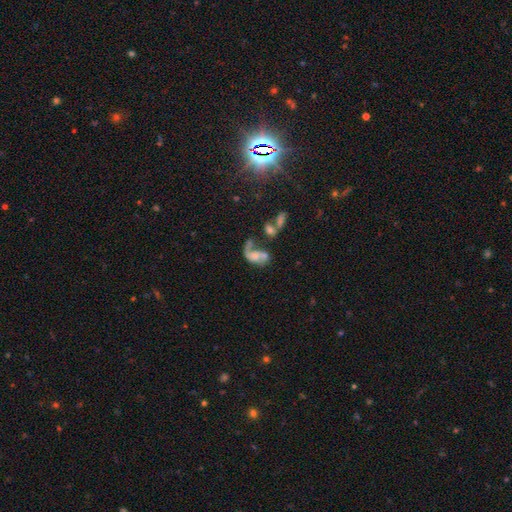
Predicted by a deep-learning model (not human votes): Smooth or featured? Predicted: featured or disk (p=0.60). Edge-on disk? Predicted: no (p=0.97). Bar? Predicted: no (p=0.70). Spiral arms? Predicted: yes (p=0.74). Bulge size? Predicted: none (p=0.42). Merging? Predicted: merger (p=0.32, tied with major disturbance).